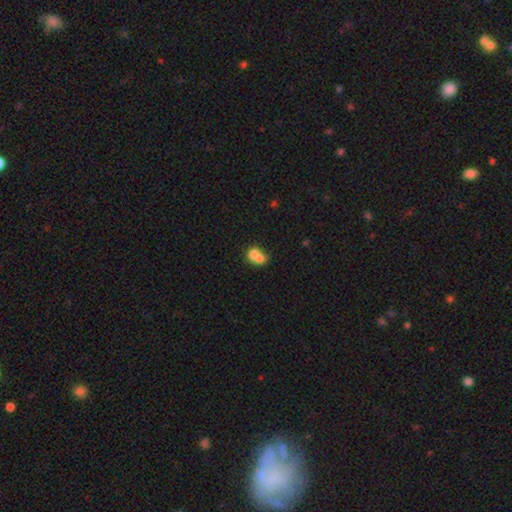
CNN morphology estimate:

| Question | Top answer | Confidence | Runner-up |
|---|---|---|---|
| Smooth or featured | smooth | 69% | featured or disk (21%) |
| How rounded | round | 55% | in between (44%) |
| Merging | merger | 70% | none (20%) |